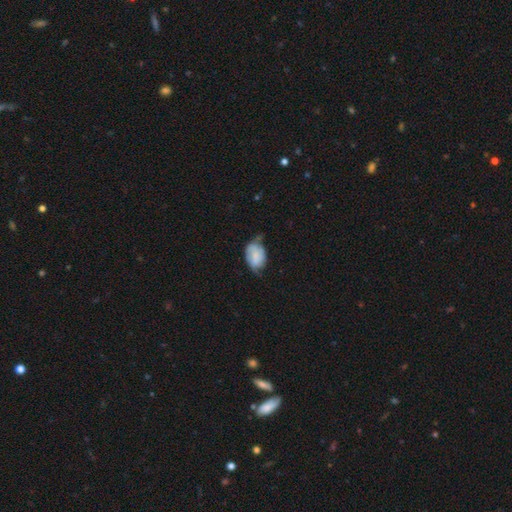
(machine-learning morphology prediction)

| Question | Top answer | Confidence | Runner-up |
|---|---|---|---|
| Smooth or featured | smooth | 61% | featured or disk (31%) |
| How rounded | in between | 82% | round (17%) |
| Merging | minor disturbance | 44% | none (36%) |